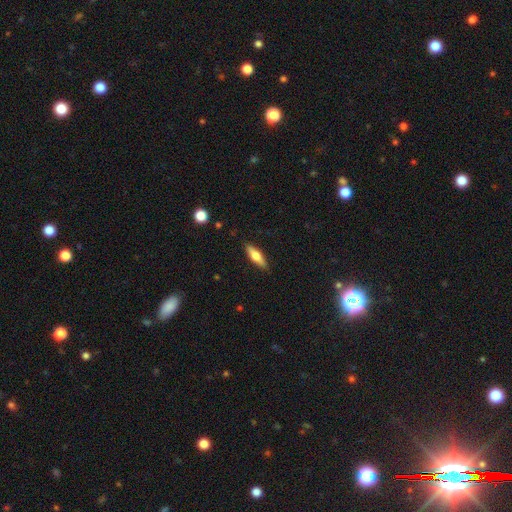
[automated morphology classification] The model was most divided on "how rounded": cigar-shaped: 54%, in between: 44%, round: 2%. More confident: merging — none (88%); smooth or featured — smooth (58%).